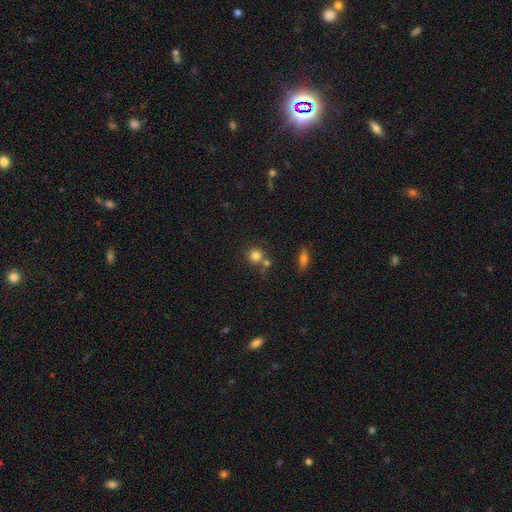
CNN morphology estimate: A smooth galaxy with no disk features (81%) that is round (89%). Merging: none (60%).